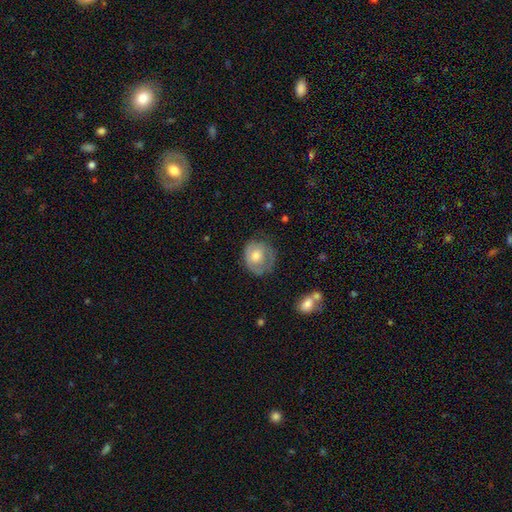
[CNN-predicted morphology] The model was most divided on "smooth or featured": smooth: 54%, featured or disk: 39%, star or artifact: 7%. More confident: how rounded — round (74%); merging — none (58%).